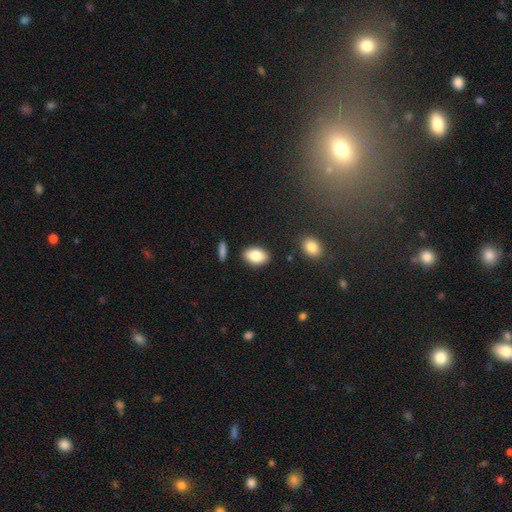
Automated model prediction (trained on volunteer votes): Smooth or featured: smooth — 83% (featured or disk — 10%)
How rounded: in between — 89% (round — 9%)
Merging: none — 85% (minor disturbance — 9%)